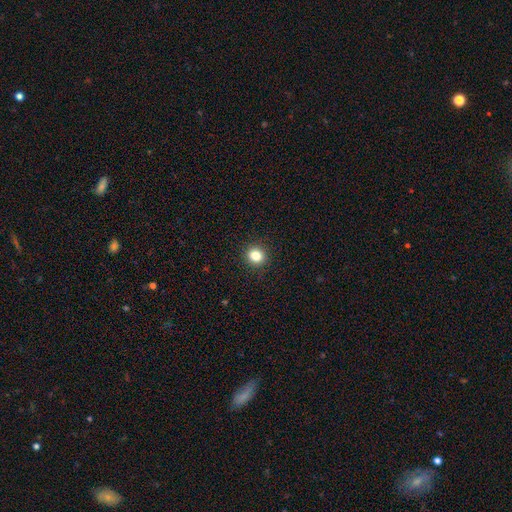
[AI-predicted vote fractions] smooth-or-featured: smooth: 83% | star or artifact: 12% | featured or disk: 5%
  how-rounded: round: 85% | in between: 15% | cigar-shaped: 1%
  merging: none: 92% | minor disturbance: 5% | major disturbance: 2% | merger: 1%